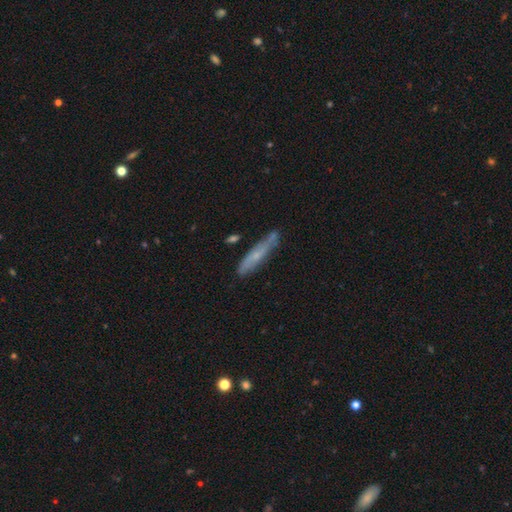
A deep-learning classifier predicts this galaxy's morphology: smooth 47%, featured or disk 46%, star or artifact 7%. Down the decision tree: merging — none (67%).